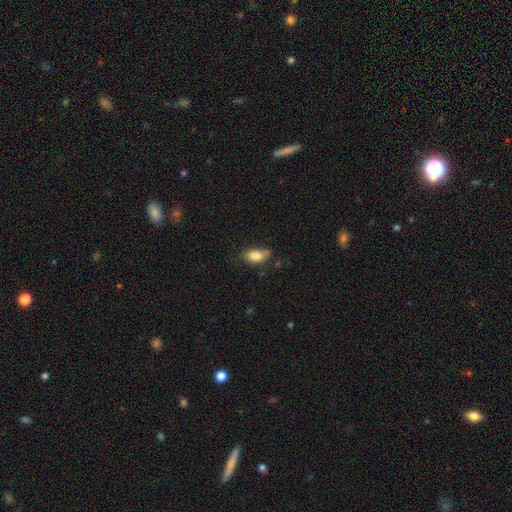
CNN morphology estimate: Smooth or featured? smooth (84%)
How rounded? in between (88%)
Merging? none (62%)